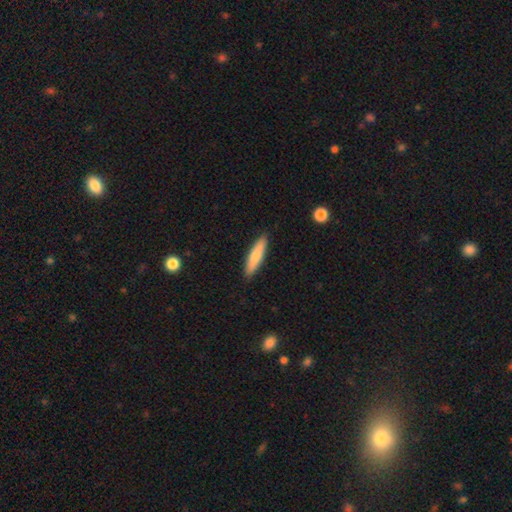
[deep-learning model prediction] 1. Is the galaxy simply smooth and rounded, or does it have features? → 74% smooth, 21% featured or disk, 5% star or artifact.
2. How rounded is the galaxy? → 79% cigar-shaped, 19% in between, 1% round.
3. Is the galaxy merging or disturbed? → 89% none, 8% minor disturbance, 2% major disturbance, 1% merger.